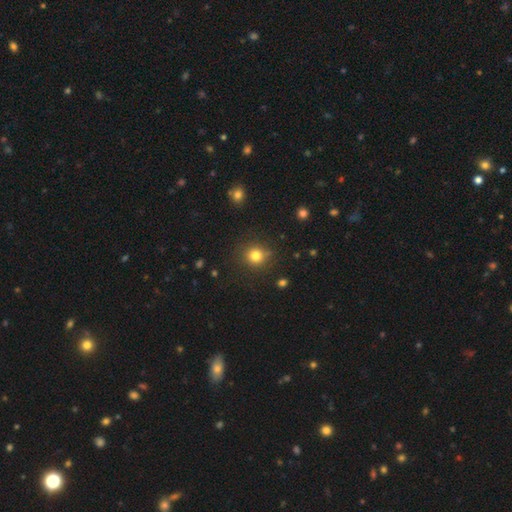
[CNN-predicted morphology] Smooth or featured: smooth — 80% (star or artifact — 14%)
How rounded: round — 91% (in between — 8%)
Merging: none — 83% (minor disturbance — 11%)